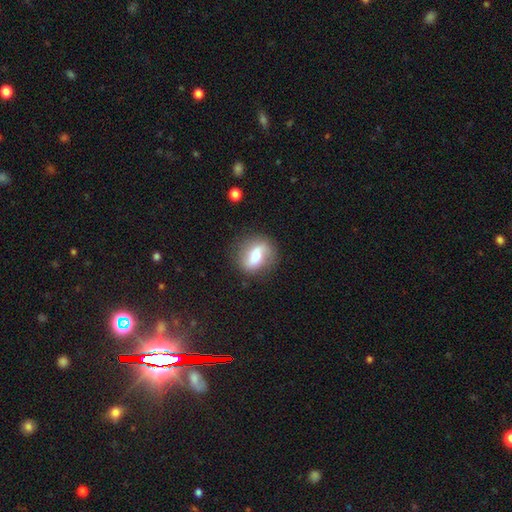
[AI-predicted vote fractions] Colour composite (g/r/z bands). It shows a smooth galaxy with no disk features (49%). Merging: none (79%).